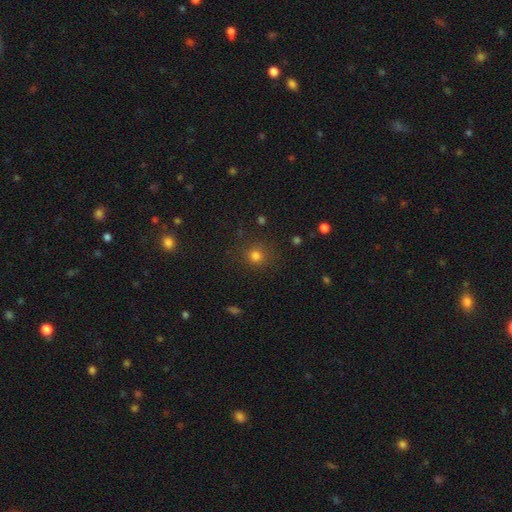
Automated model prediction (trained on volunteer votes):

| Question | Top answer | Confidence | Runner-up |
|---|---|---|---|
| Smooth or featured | smooth | 79% | star or artifact (16%) |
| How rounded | round | 88% | in between (11%) |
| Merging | none | 84% | minor disturbance (10%) |